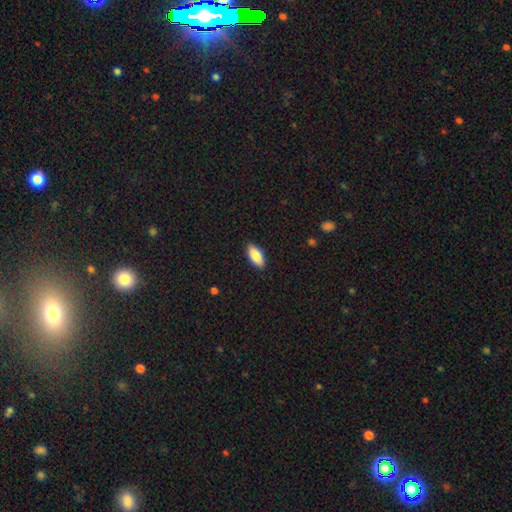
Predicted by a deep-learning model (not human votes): Overall: smooth (85%). How rounded: in between (81%). Merging: none (89%).